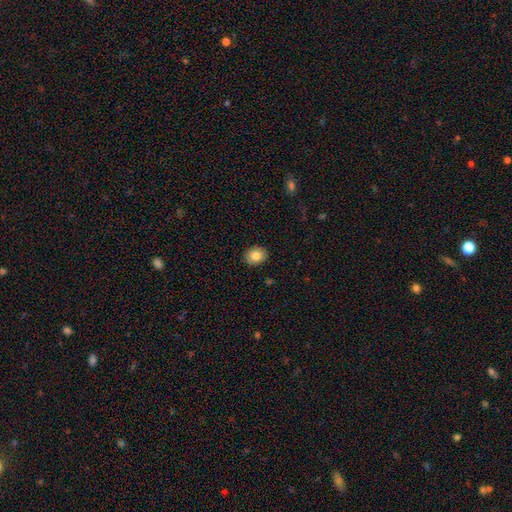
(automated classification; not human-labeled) smooth_or_featured: smooth (p=0.83) [alt: star or artifact p=0.08]
how_rounded: round (p=0.56) [alt: in between p=0.44]
merging: none (p=0.91) [alt: minor disturbance p=0.07]